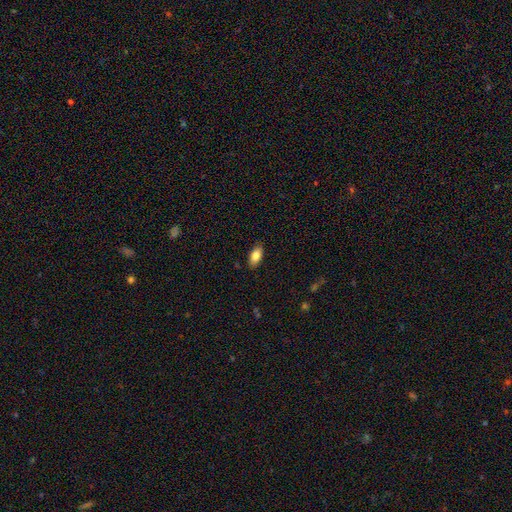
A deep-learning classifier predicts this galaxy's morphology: Overall: smooth (83%). How rounded: in between (90%). Merging: none (87%).